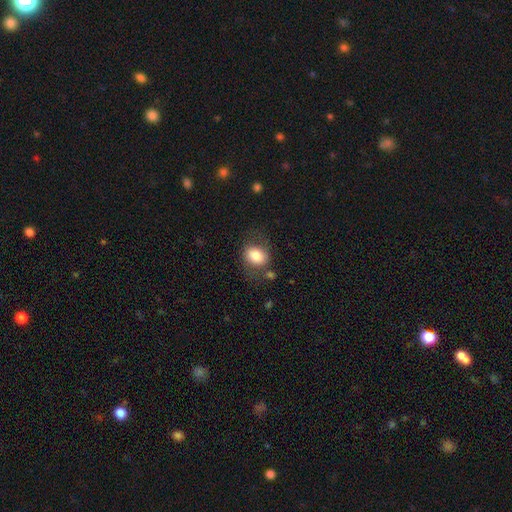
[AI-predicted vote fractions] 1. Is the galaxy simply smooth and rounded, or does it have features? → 79% smooth, 13% featured or disk, 8% star or artifact.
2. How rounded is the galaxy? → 56% in between, 43% round, 1% cigar-shaped.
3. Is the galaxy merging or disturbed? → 65% none, 19% minor disturbance, 9% major disturbance, 6% merger.